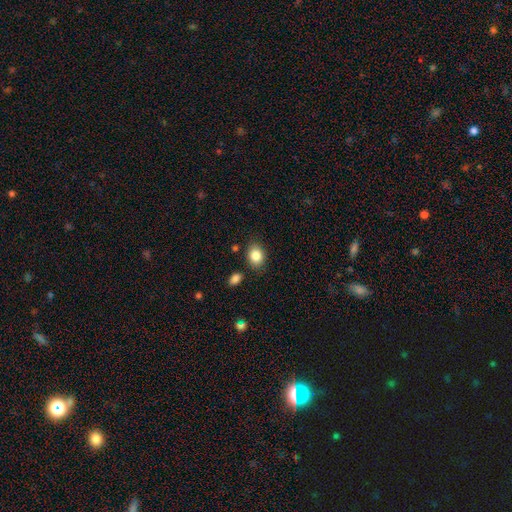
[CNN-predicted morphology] Smooth or featured? smooth (85%)
How rounded? in between (63%)
Merging? none (83%)